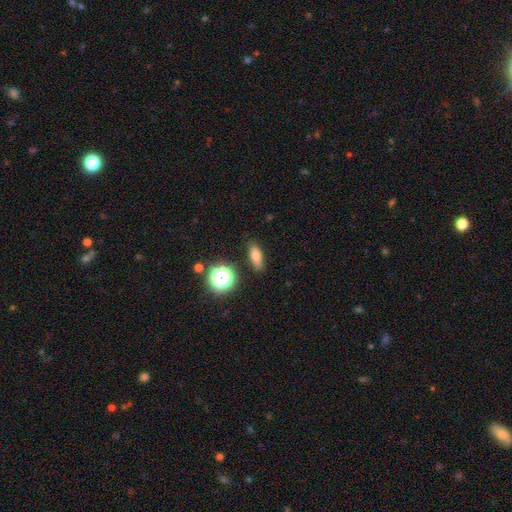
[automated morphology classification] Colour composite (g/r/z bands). It shows a smooth galaxy with no disk features (73%) that is in between round and cigar-shaped (66%). Merging: none (84%).